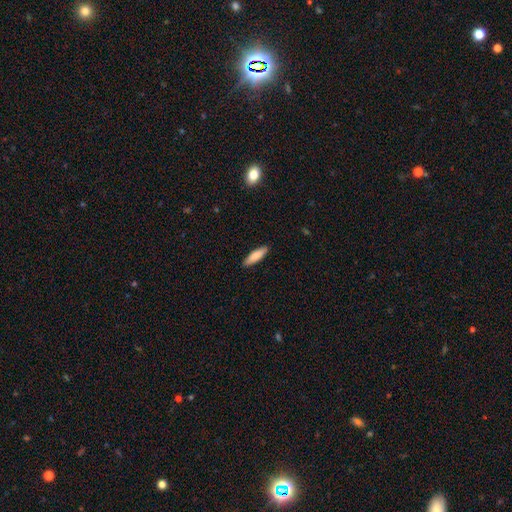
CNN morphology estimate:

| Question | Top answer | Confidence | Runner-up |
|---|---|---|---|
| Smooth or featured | smooth | 83% | featured or disk (11%) |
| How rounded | cigar-shaped | 65% | in between (34%) |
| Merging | none | 89% | minor disturbance (9%) |